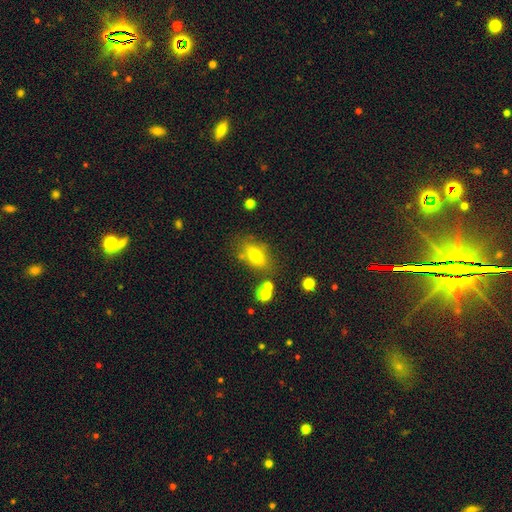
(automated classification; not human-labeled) This appears to be a smooth galaxy with no disk features (71%) that is in between round and cigar-shaped (78%). Merging: none (67%).